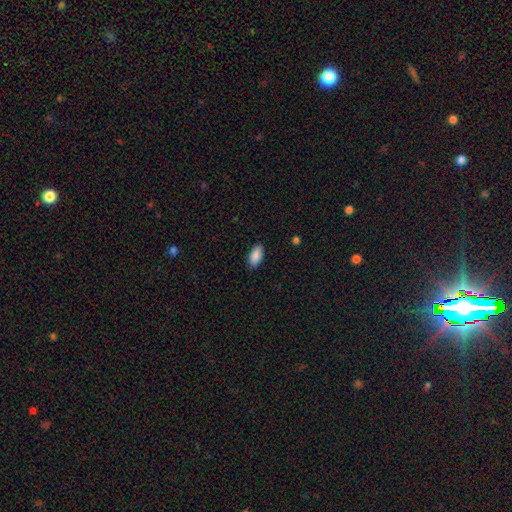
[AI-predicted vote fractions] Morphology: type=smooth (89%); roundness=in between (93%); merging=none (87%).